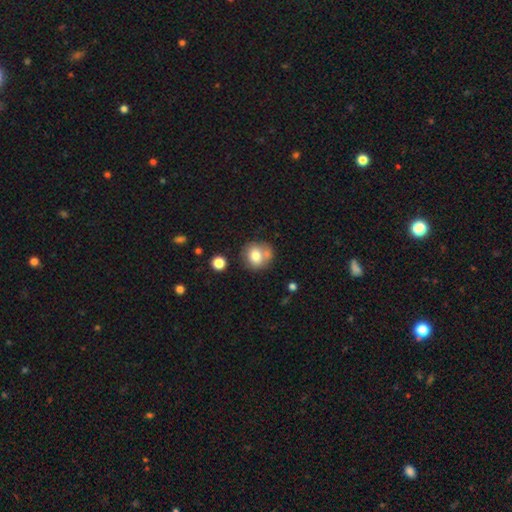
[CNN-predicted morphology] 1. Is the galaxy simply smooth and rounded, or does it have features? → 76% smooth, 15% featured or disk, 10% star or artifact.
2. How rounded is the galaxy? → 78% round, 21% in between, 1% cigar-shaped.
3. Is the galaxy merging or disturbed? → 53% none, 25% merger, 16% minor disturbance, 5% major disturbance.